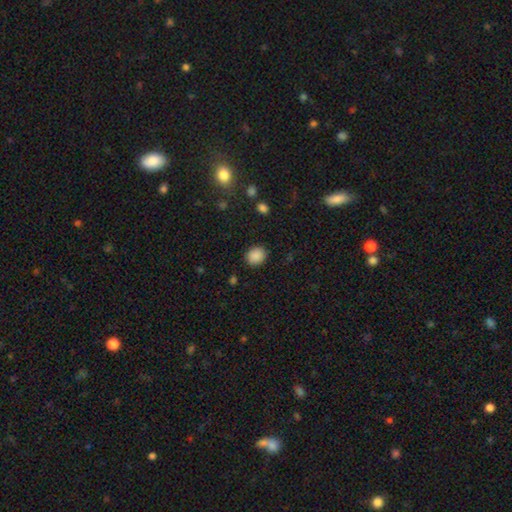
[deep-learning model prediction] Smooth or featured? smooth (88%)
How rounded? round (65%)
Merging? none (88%)